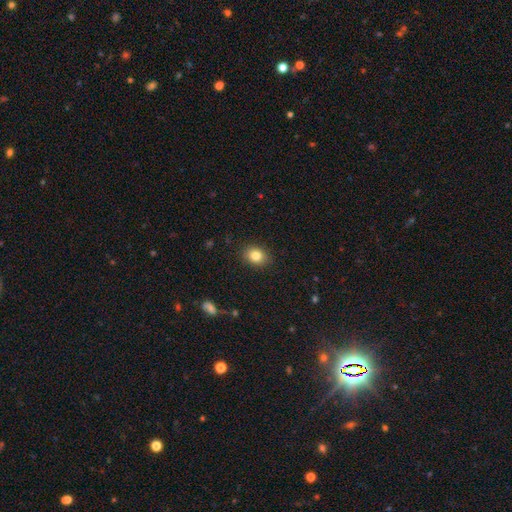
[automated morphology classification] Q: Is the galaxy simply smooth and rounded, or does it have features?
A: smooth — 83%.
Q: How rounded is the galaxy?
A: round — 50%.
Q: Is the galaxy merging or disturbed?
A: none — 89%.